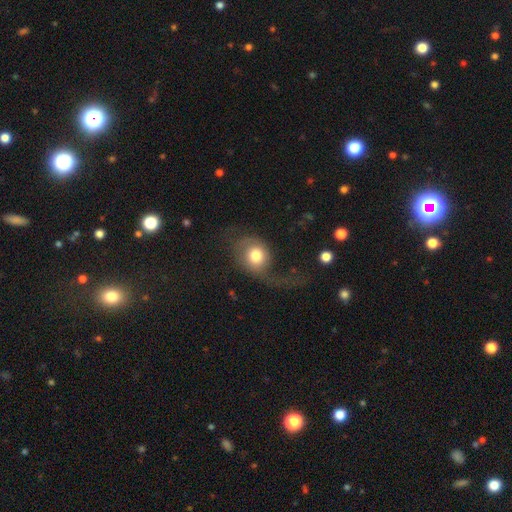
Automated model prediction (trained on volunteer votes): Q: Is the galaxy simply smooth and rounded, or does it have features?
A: smooth — 58%.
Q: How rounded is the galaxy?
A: round — 66%.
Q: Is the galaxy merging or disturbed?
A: major disturbance — 50%.